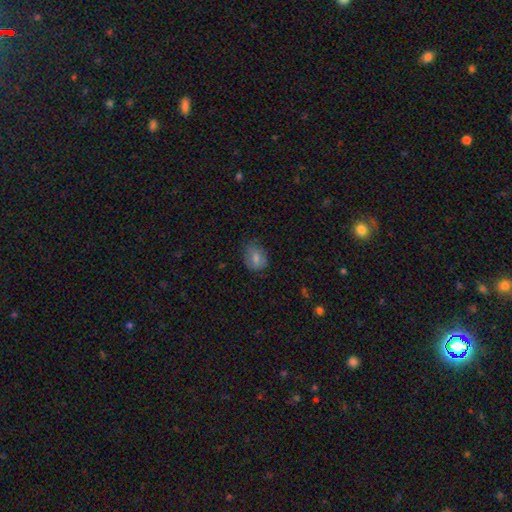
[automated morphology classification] smooth 64%, featured or disk 22%, star or artifact 14%. Down the decision tree: how rounded — round (55%); merging — none (72%).